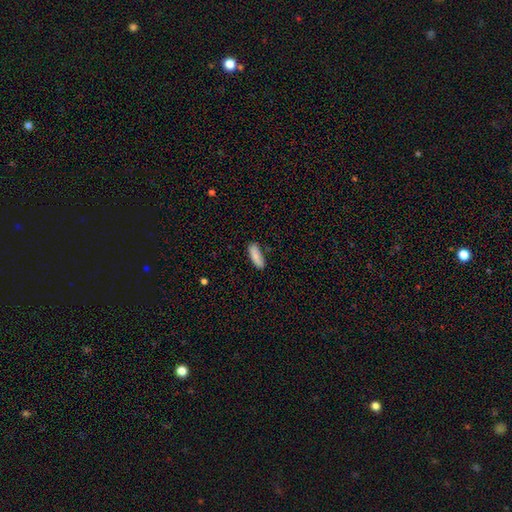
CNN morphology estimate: A smooth galaxy with no disk features (85%) that is in between round and cigar-shaped (66%).

Vote fractions:
- Smooth or featured? smooth: 85% / featured or disk: 8% / star or artifact: 6%
- How rounded? in between: 66% / cigar-shaped: 32% / round: 2%
- Merging? none: 76% / minor disturbance: 18% / major disturbance: 3% / merger: 3%